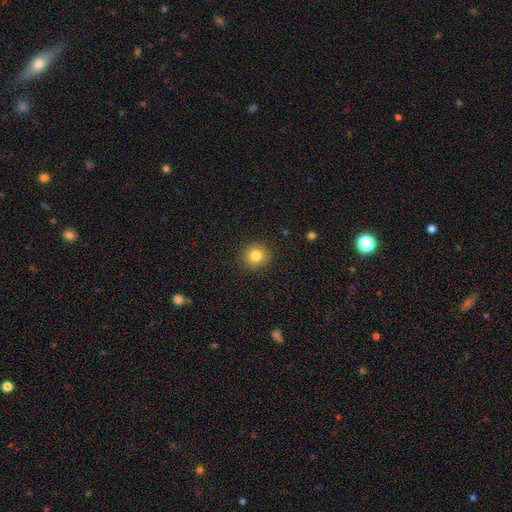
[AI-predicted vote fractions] Smooth or featured? Predicted: smooth (p=0.82). How rounded? Predicted: round (p=0.91). Merging? Predicted: none (p=0.91).